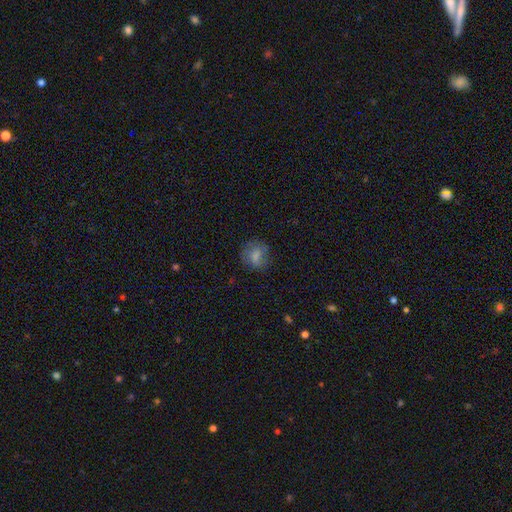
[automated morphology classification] Smooth or featured?
  - smooth: 73% *
  - featured or disk: 17%
  - star or artifact: 10%
How rounded?
  - round: 63% *
  - in between: 35%
  - cigar-shaped: 2%
Merging?
  - none: 70% *
  - minor disturbance: 20%
  - major disturbance: 9%
  - merger: 2%